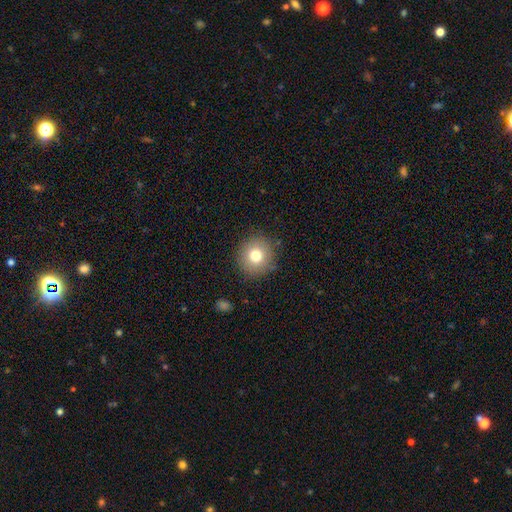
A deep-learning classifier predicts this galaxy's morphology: This appears to be a smooth galaxy with no disk features (77%) that is round (94%). Merging: none (88%).